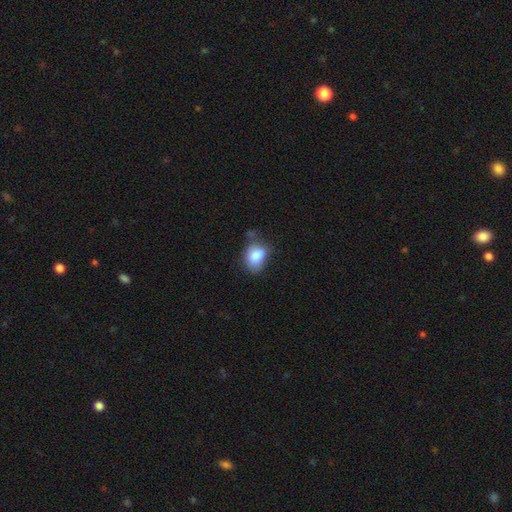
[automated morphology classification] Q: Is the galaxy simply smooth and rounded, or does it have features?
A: smooth — 81%.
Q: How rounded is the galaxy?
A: in between — 69%.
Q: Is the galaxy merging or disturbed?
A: none — 49%.